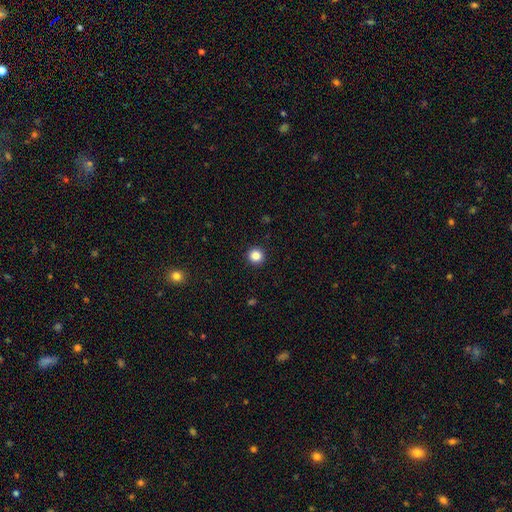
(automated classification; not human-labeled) Smooth or featured?
  - smooth: 86% *
  - star or artifact: 11%
  - featured or disk: 3%
How rounded?
  - round: 95% *
  - in between: 4%
  - cigar-shaped: 1%
Merging?
  - none: 93% *
  - minor disturbance: 4%
  - major disturbance: 2%
  - merger: 1%